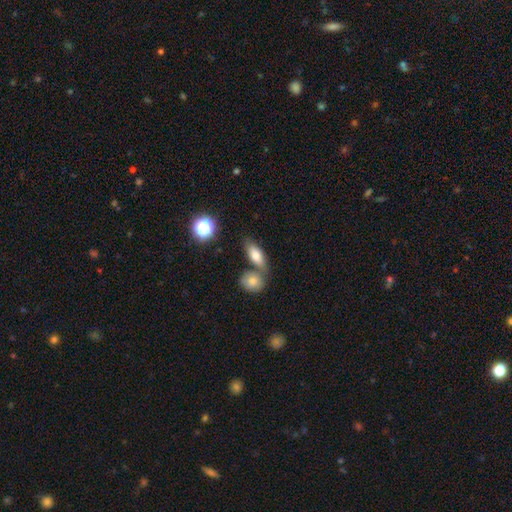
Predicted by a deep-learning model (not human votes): smooth_or_featured: smooth (p=0.74) [alt: featured or disk p=0.16]
how_rounded: in between (p=0.74) [alt: cigar-shaped p=0.18]
merging: none (p=0.56) [alt: merger p=0.29]